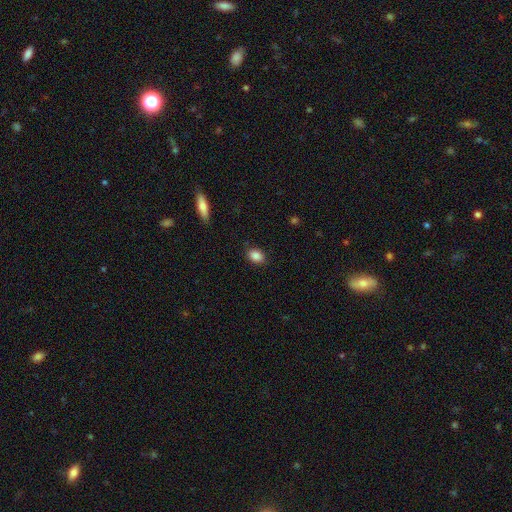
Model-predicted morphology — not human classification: Smooth or featured: smooth — 87% (star or artifact — 9%)
How rounded: in between — 67% (round — 31%)
Merging: none — 86% (minor disturbance — 11%)